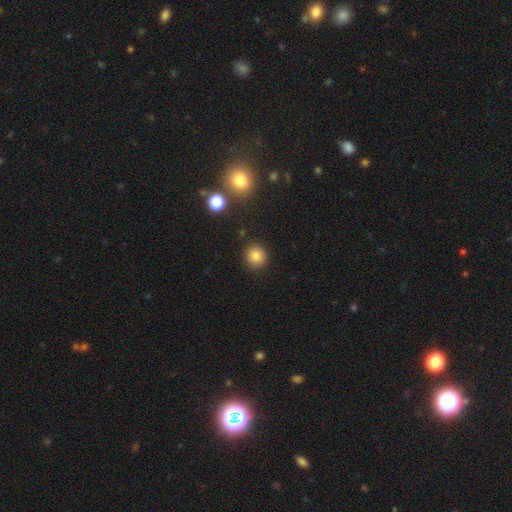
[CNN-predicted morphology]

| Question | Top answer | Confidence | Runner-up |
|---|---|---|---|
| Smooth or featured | smooth | 83% | star or artifact (12%) |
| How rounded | round | 89% | in between (10%) |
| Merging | none | 87% | minor disturbance (8%) |